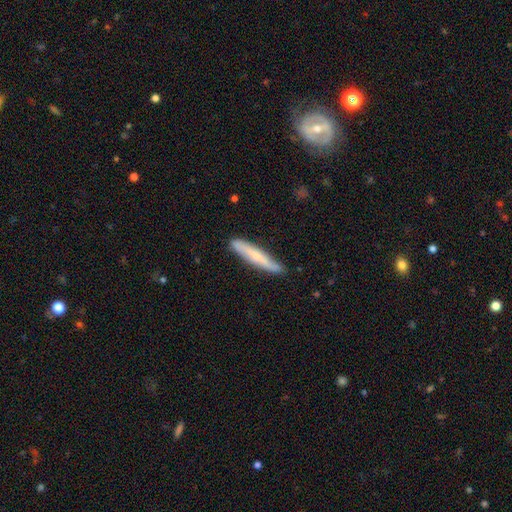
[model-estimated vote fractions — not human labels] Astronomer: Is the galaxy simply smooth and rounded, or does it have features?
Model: smooth — 60%.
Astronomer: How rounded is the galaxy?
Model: cigar-shaped — 92%.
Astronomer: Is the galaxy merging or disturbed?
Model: none — 81%.